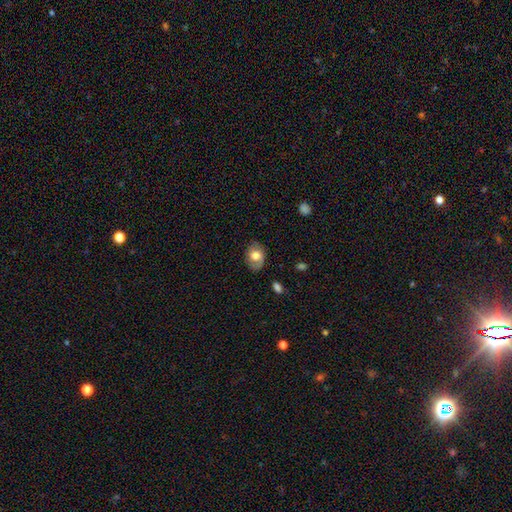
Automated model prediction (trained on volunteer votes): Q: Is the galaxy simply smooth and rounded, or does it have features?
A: smooth — 68%.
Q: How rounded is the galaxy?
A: in between — 70%.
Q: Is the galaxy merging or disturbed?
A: none — 77%.